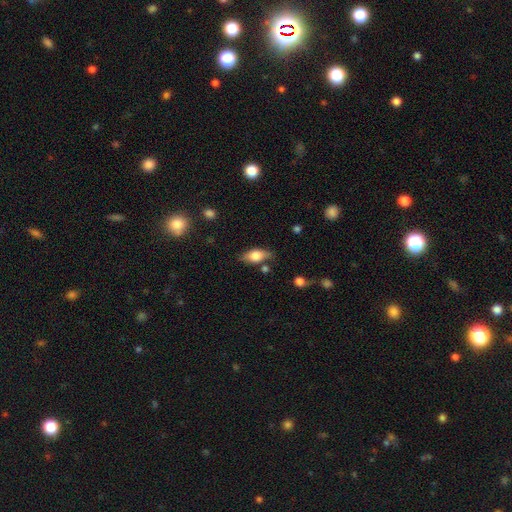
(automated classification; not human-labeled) smooth-or-featured: smooth: 68% | featured or disk: 25% | star or artifact: 7%
  how-rounded: in between: 82% | cigar-shaped: 13% | round: 5%
  merging: none: 74% | minor disturbance: 17% | merger: 5% | major disturbance: 4%